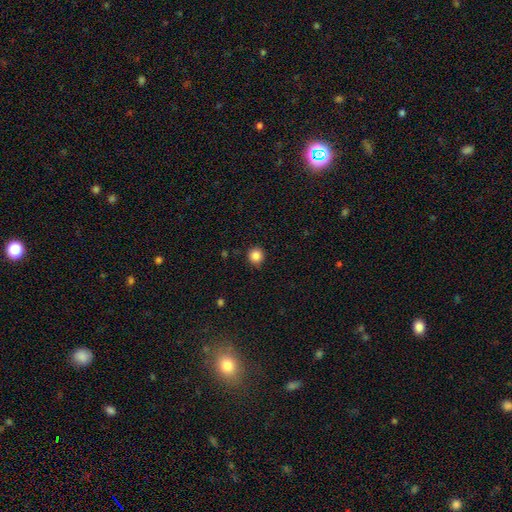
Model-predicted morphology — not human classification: Smooth or featured: smooth — 86% (star or artifact — 11%)
How rounded: round — 93% (in between — 6%)
Merging: none — 90% (minor disturbance — 7%)